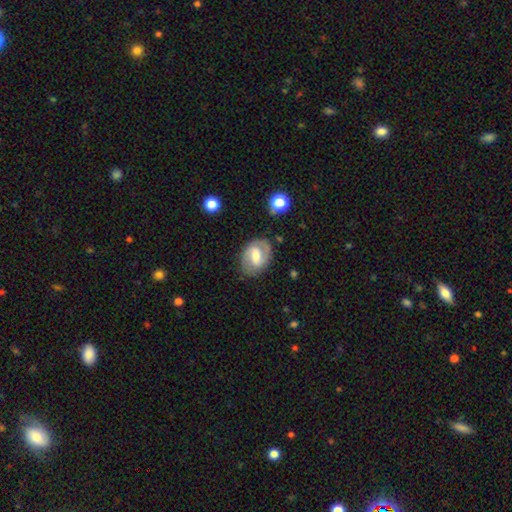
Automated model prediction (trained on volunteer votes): Smooth or featured?
  - featured or disk: 69% *
  - smooth: 25%
  - star or artifact: 6%
Edge-on disk?
  - no: 97% *
  - yes: 3%
Bar?
  - weak: 53% *
  - strong: 27%
  - no: 20%
Spiral arms?
  - yes: 84% *
  - no: 16%
Spiral winding?
  - medium: 47% *
  - tight: 36%
  - loose: 18%
Spiral arm count?
  - 2: 83% *
  - can't tell: 10%
  - 1: 4%
  - 3: 1%
  - 4: 1%
  - more than 4: 1%
Bulge size?
  - moderate: 58% *
  - small: 27%
  - large: 11%
  - none: 3%
  - dominant: 1%
Merging?
  - none: 78% *
  - minor disturbance: 15%
  - major disturbance: 5%
  - merger: 2%